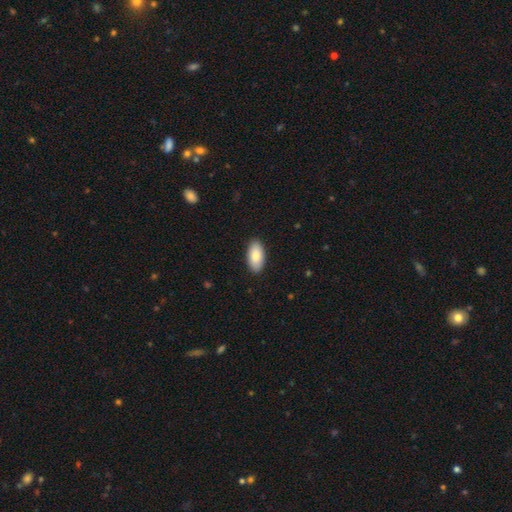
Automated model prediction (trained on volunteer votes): Smooth or featured?
  - smooth: 86% *
  - featured or disk: 8%
  - star or artifact: 6%
How rounded?
  - in between: 94% *
  - cigar-shaped: 4%
  - round: 2%
Merging?
  - none: 90% *
  - minor disturbance: 8%
  - major disturbance: 2%
  - merger: 1%